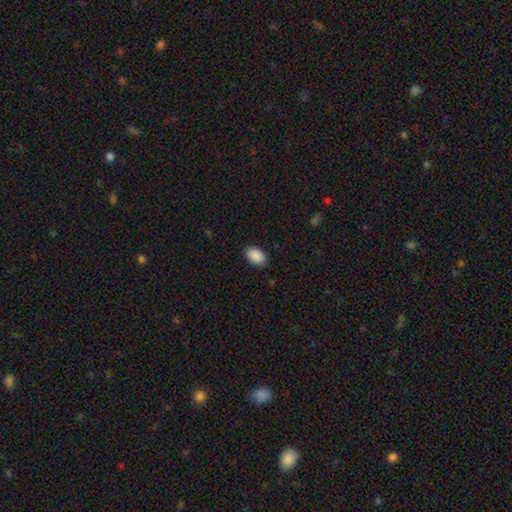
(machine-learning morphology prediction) Smooth or featured?
  - smooth: 91% *
  - star or artifact: 7%
  - featured or disk: 3%
How rounded?
  - in between: 90% *
  - round: 9%
  - cigar-shaped: 1%
Merging?
  - none: 87% *
  - minor disturbance: 9%
  - major disturbance: 2%
  - merger: 1%